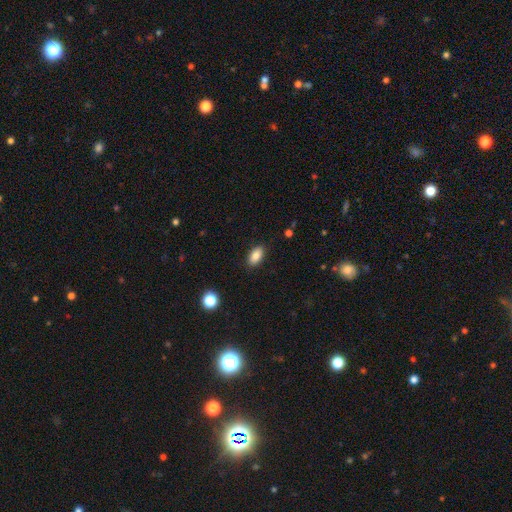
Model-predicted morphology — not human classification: This is clearly a smooth galaxy (86%). How rounded: clearly in between (91%). Merging: clearly none (88%).